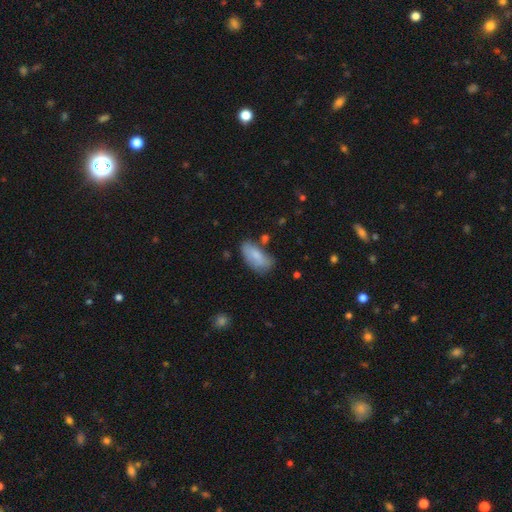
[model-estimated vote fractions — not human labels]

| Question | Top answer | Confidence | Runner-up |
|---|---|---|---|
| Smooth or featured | smooth | 77% | featured or disk (17%) |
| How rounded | in between | 88% | cigar-shaped (10%) |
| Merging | none | 59% | minor disturbance (28%) |